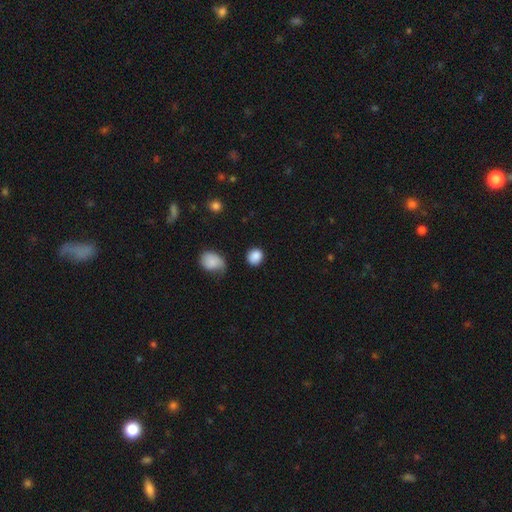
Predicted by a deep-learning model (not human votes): Smooth or featured? Predicted: smooth (p=0.87). How rounded? Predicted: round (p=0.78). Merging? Predicted: none (p=0.81).